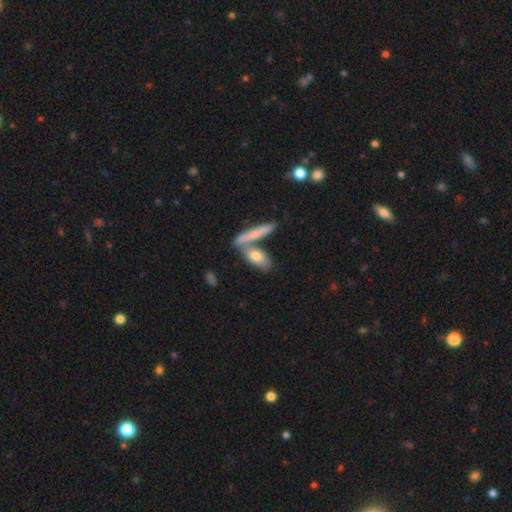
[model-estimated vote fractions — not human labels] Overall: smooth (68%). How rounded: in between (55%; cigar-shaped 41%). Merging: none (50%; merger 35%).